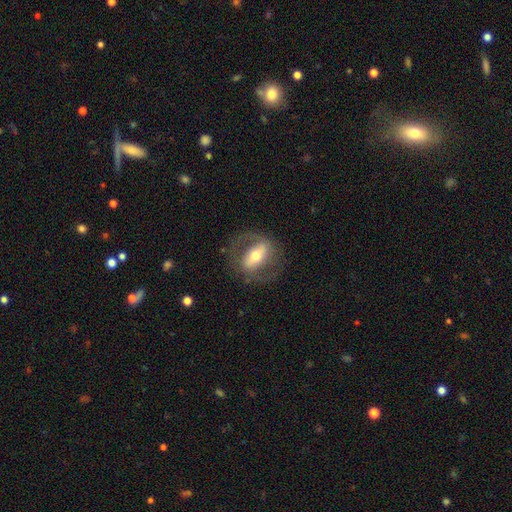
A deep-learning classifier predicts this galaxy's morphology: Smooth or featured? Predicted: featured or disk (p=0.68). Edge-on disk? Predicted: no (p=0.88). Bar? Predicted: strong (p=0.56). Spiral arms? Predicted: yes (p=0.58). Bulge size? Predicted: moderate (p=0.68). Merging? Predicted: none (p=0.72).